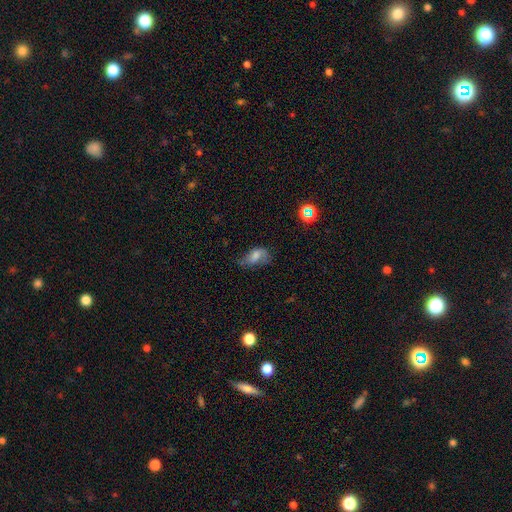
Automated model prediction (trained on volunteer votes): Smooth or featured? Predicted: smooth (p=0.56). How rounded? Predicted: in between (p=0.87). Merging? Predicted: none (p=0.41).